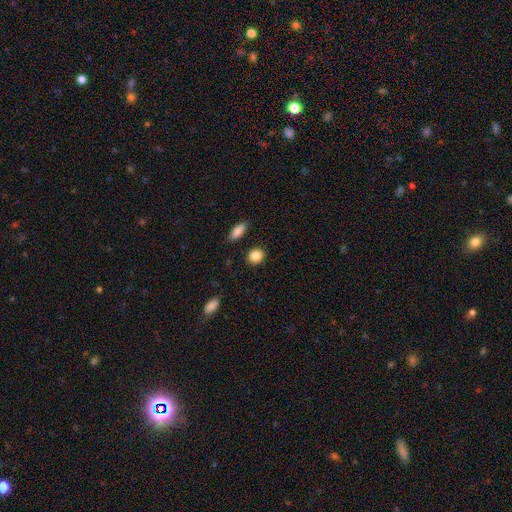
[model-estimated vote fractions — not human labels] Q: Smooth or featured?
A: smooth (87%); runner-up: star or artifact (9%)
Q: How rounded?
A: round (68%); runner-up: in between (30%)
Q: Merging?
A: none (88%); runner-up: minor disturbance (7%)